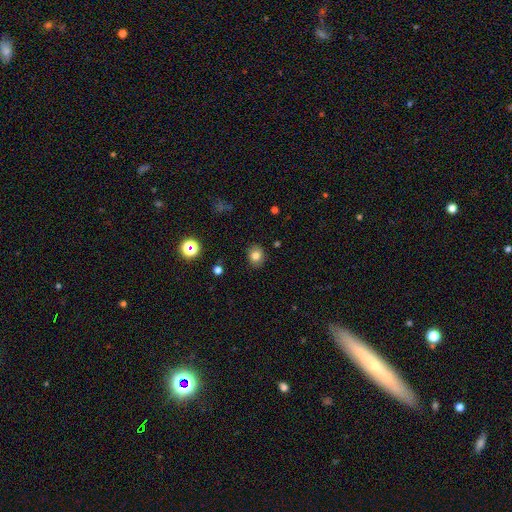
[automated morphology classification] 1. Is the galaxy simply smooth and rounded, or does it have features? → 80% smooth, 12% star or artifact, 8% featured or disk.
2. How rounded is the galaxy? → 65% round, 34% in between, 1% cigar-shaped.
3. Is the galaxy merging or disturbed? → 87% none, 9% minor disturbance, 2% major disturbance, 1% merger.